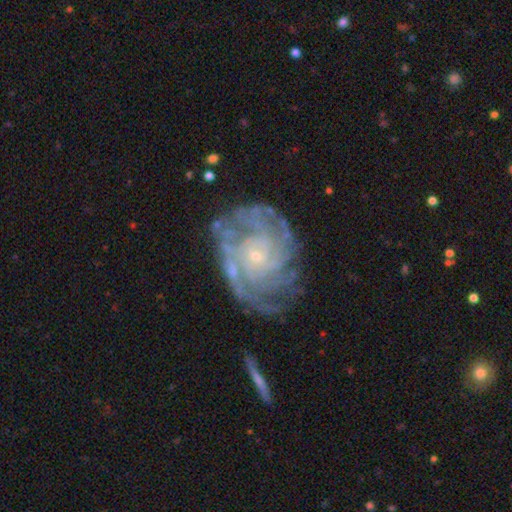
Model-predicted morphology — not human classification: type=featured or disk (86%); edge-on=no (97%); bar=no (78%); spiral arms=yes (94%); winding=tight (68%); arm count=can't tell (31%); bulge=small (85%); merging=none (66%).